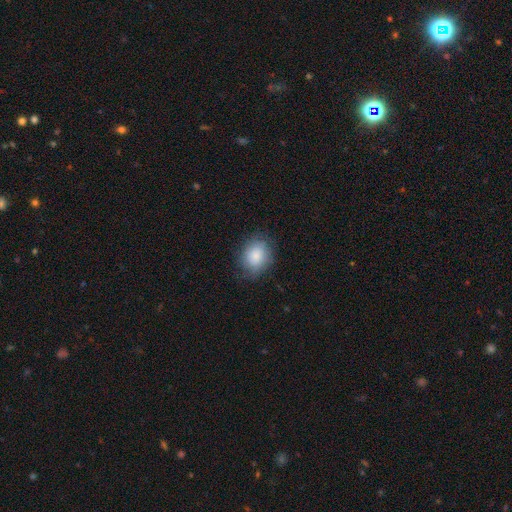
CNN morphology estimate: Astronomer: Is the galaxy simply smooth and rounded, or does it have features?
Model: smooth — 81%.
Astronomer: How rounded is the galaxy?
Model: round — 59% (runner-up: in between, 40%).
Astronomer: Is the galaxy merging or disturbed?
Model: none — 75%.